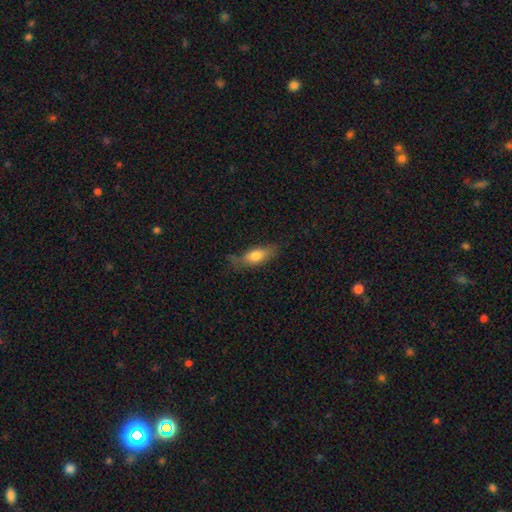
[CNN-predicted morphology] A smooth galaxy with no disk features (71%) that is in between round and cigar-shaped (71%).

Vote fractions:
- Smooth or featured? smooth: 71% / featured or disk: 21% / star or artifact: 7%
- How rounded? in between: 71% / cigar-shaped: 25% / round: 4%
- Merging? none: 62% / minor disturbance: 27% / major disturbance: 8% / merger: 2%